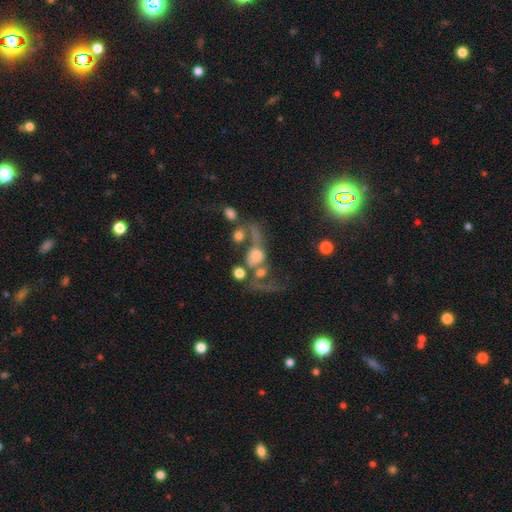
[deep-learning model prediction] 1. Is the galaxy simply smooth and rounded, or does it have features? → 52% featured or disk, 33% smooth, 15% star or artifact.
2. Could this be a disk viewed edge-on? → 92% no, 8% yes.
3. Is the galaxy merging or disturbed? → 35% merger, 28% major disturbance, 25% none, 12% minor disturbance.